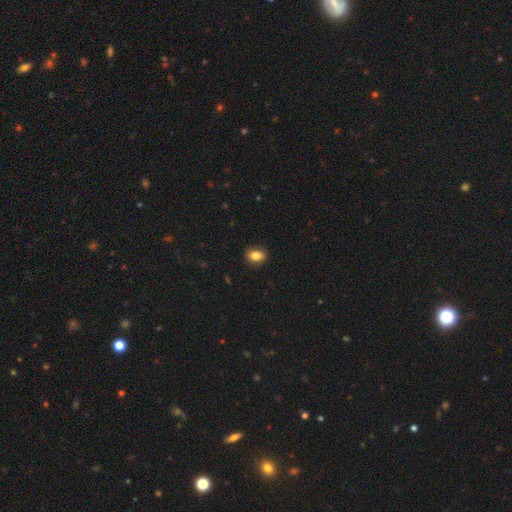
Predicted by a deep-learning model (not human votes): Morphology: type=smooth (83%); roundness=in between (63%); merging=none (88%).